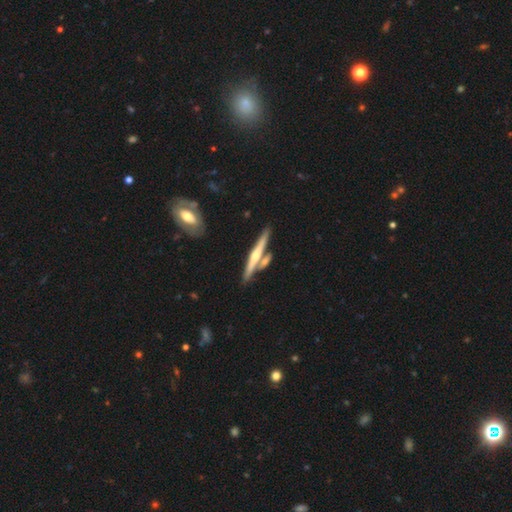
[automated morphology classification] smooth-or-featured: featured or disk: 65% | smooth: 29% | star or artifact: 6%
  disk-edge-on: yes: 96% | no: 4%
    edge-on-bulge: rounded: 78% | none: 14% | boxy: 7%
  merging: none: 65% | merger: 23% | minor disturbance: 9% | major disturbance: 3%